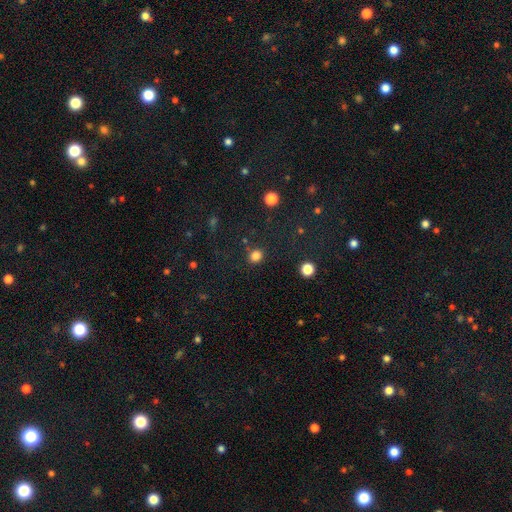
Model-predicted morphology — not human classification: This is clearly a smooth galaxy (82%). How rounded: likely round (79%). Merging: clearly none (84%).